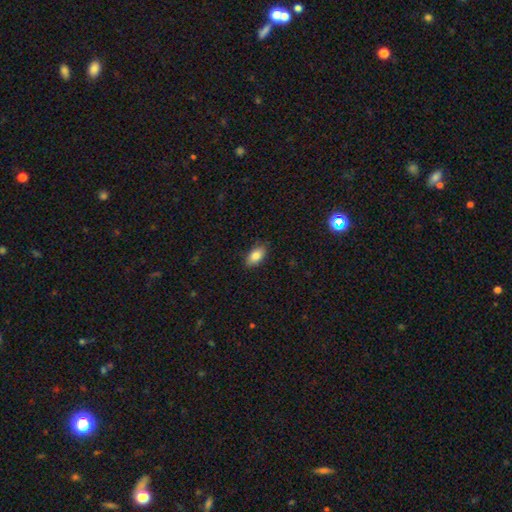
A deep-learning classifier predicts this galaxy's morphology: Q: Smooth or featured?
A: smooth (85%); runner-up: featured or disk (8%)
Q: How rounded?
A: in between (91%); runner-up: round (5%)
Q: Merging?
A: none (86%); runner-up: minor disturbance (11%)